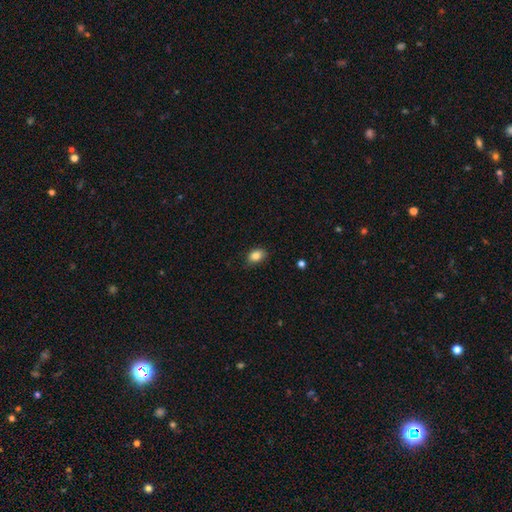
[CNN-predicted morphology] Smooth or featured: smooth — 85% (star or artifact — 9%)
How rounded: in between — 81% (round — 18%)
Merging: none — 82% (minor disturbance — 15%)